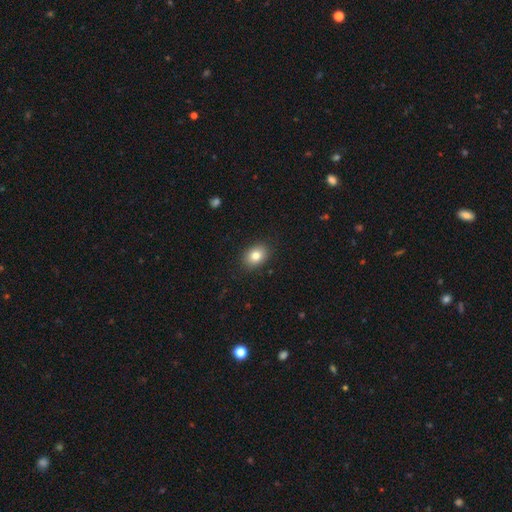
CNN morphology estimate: smooth_or_featured: smooth (p=0.82) [alt: star or artifact p=0.09]
how_rounded: in between (p=0.67) [alt: round p=0.32]
merging: none (p=0.88) [alt: minor disturbance p=0.09]